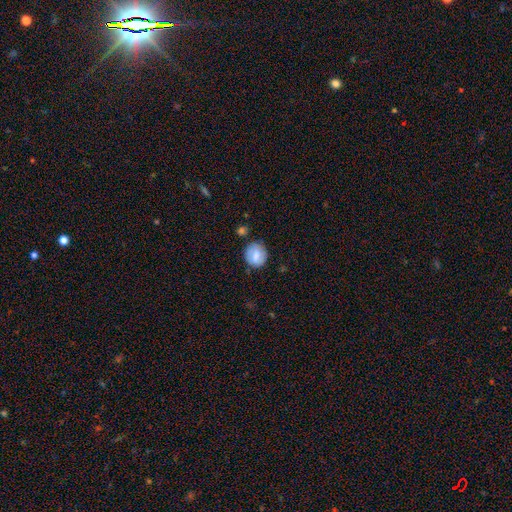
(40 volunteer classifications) Smooth or featured? 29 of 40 (72%) said smooth. How rounded? 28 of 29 (97%) said round. Merging? 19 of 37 (51%) said none.